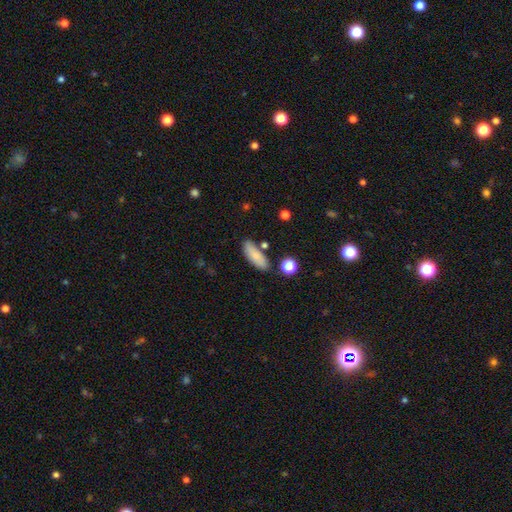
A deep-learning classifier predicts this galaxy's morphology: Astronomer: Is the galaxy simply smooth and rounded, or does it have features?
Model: smooth — 83%.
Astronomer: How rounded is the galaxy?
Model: in between — 66%.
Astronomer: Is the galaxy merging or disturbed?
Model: none — 78%.